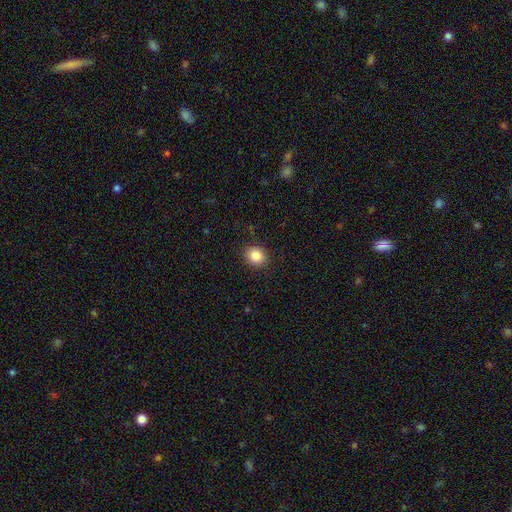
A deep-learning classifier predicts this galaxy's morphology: The model was most divided on "how rounded": round: 73%, in between: 26%, cigar-shaped: 1%. More confident: merging — none (89%); smooth or featured — smooth (85%).